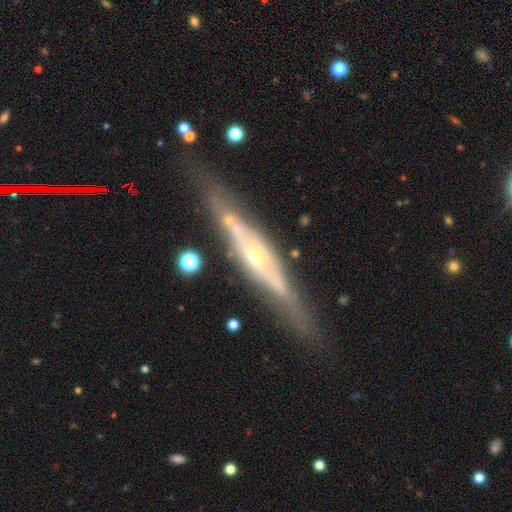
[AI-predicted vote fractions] A featured or disk galaxy (79%) viewed edge-on (85%) with a rounded central bulge (71%). Merging: none (77%).